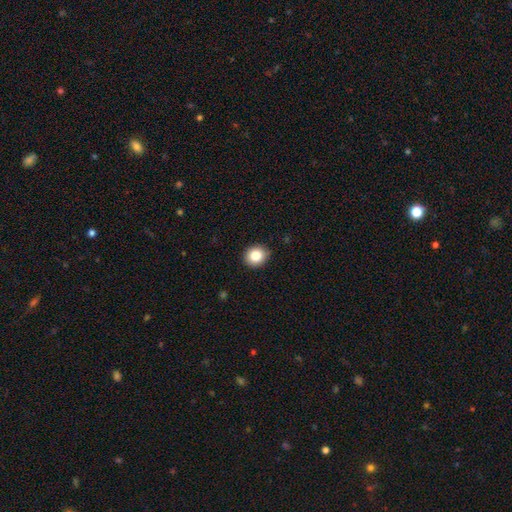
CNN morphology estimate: This is clearly a smooth galaxy (85%). How rounded: likely round (78%). Merging: clearly none (91%).